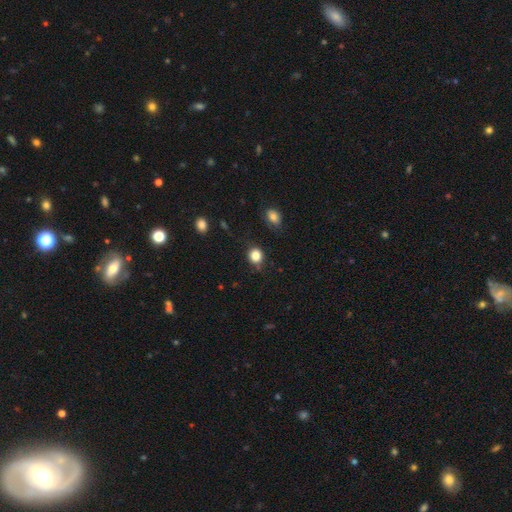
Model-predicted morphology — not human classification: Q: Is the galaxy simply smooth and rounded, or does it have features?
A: smooth — 83%.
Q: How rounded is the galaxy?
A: round — 82%.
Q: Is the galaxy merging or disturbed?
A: none — 79%.